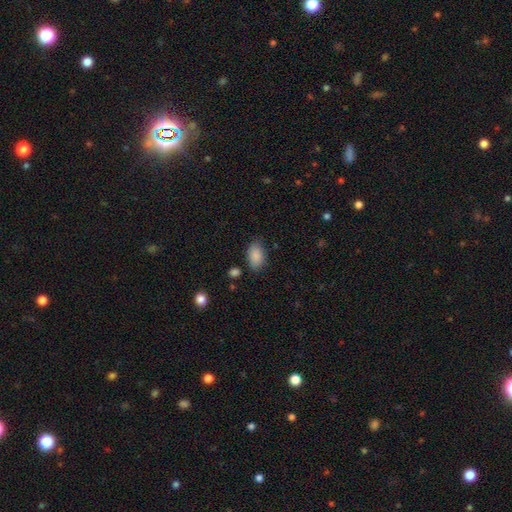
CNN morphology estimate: Overall: smooth (88%). How rounded: in between (91%). Merging: none (78%).